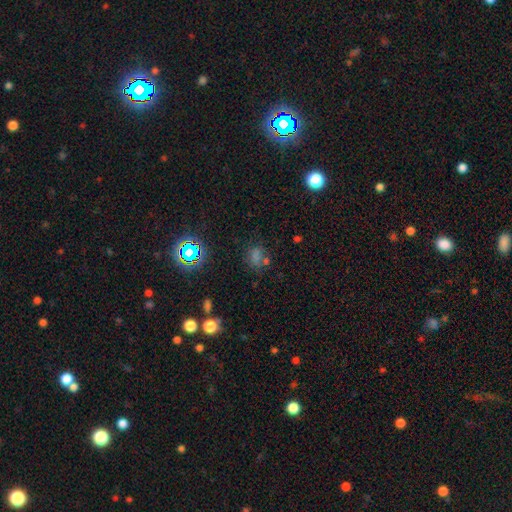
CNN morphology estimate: smooth 46%, star or artifact 43%, featured or disk 12%. Down the decision tree: merging — none (61%).